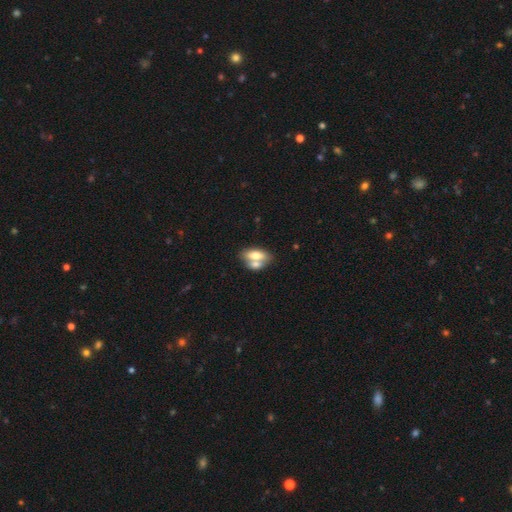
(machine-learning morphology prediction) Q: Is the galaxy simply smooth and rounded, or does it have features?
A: smooth — 65%.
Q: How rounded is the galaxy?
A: in between — 85%.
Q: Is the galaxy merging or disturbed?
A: merger — 58%.